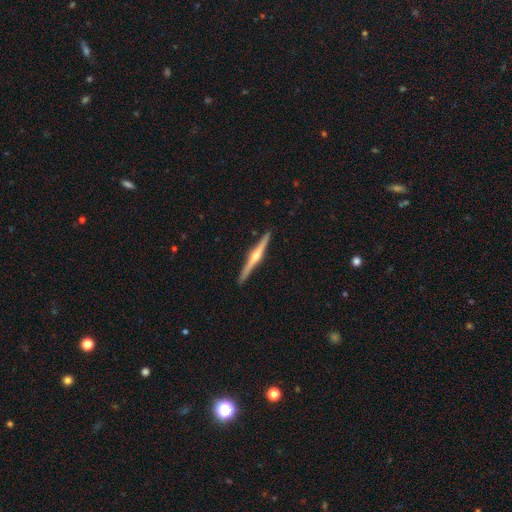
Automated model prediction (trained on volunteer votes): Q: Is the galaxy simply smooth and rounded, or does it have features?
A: featured or disk — 79%.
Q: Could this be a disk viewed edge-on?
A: yes — 98%.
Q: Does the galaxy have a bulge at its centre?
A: rounded — 91%.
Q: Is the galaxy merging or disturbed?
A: none — 91%.